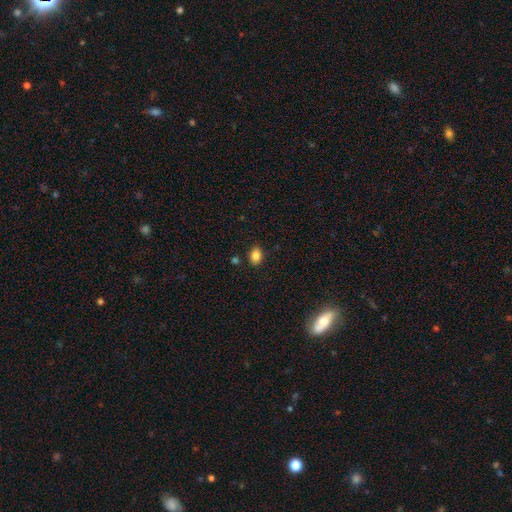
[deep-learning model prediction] Smooth or featured: smooth — 85% (star or artifact — 10%)
How rounded: in between — 79% (round — 20%)
Merging: none — 85% (minor disturbance — 10%)